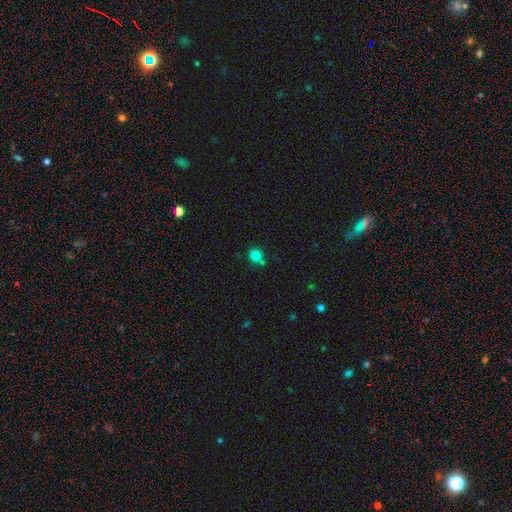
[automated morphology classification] Smooth or featured? Predicted: smooth (p=0.81). How rounded? Predicted: round (p=0.88). Merging? Predicted: none (p=0.68).